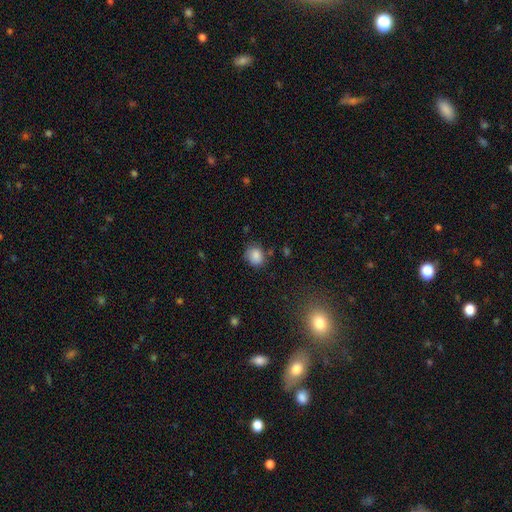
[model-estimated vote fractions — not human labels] smooth-or-featured: smooth: 84% | star or artifact: 10% | featured or disk: 7%
  how-rounded: round: 68% | in between: 31% | cigar-shaped: 1%
  merging: none: 71% | minor disturbance: 21% | major disturbance: 5% | merger: 3%